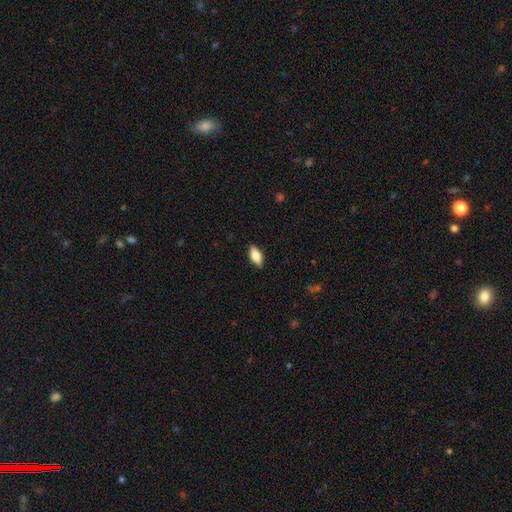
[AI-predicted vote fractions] Smooth or featured: smooth — 72% (featured or disk — 21%)
How rounded: in between — 80% (cigar-shaped — 17%)
Merging: none — 88% (minor disturbance — 9%)